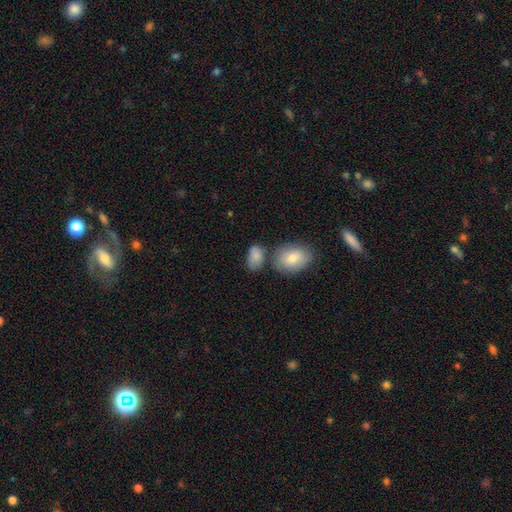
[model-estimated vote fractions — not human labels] Q: Smooth or featured?
A: smooth (83%); runner-up: featured or disk (9%)
Q: How rounded?
A: in between (85%); runner-up: round (13%)
Q: Merging?
A: none (52%); runner-up: merger (22%)